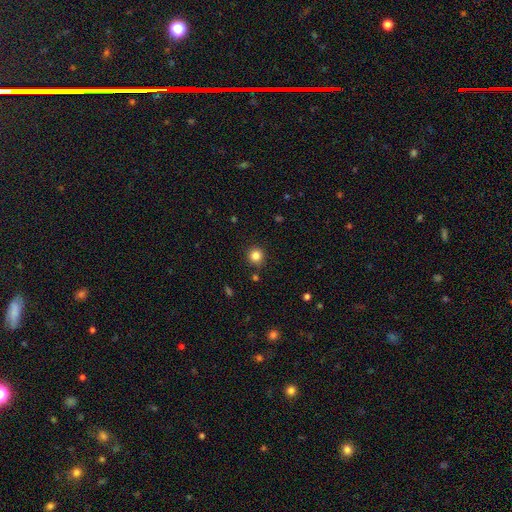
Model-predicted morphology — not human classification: Smooth or featured: smooth — 83% (star or artifact — 12%)
How rounded: round — 94% (in between — 5%)
Merging: none — 89% (minor disturbance — 7%)